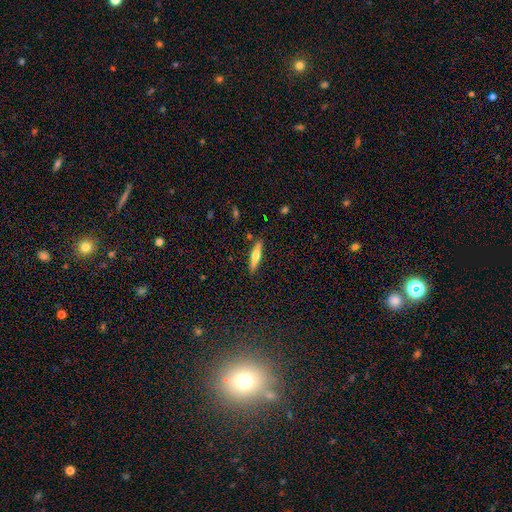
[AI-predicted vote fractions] smooth_or_featured: smooth (p=0.50) [alt: featured or disk p=0.44]
merging: none (p=0.88) [alt: minor disturbance p=0.08]